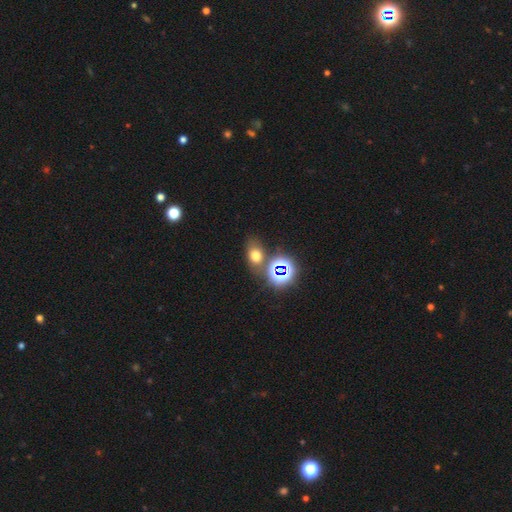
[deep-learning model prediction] Smooth or featured? smooth (62%)
How rounded? in between (66%)
Merging? none (66%)